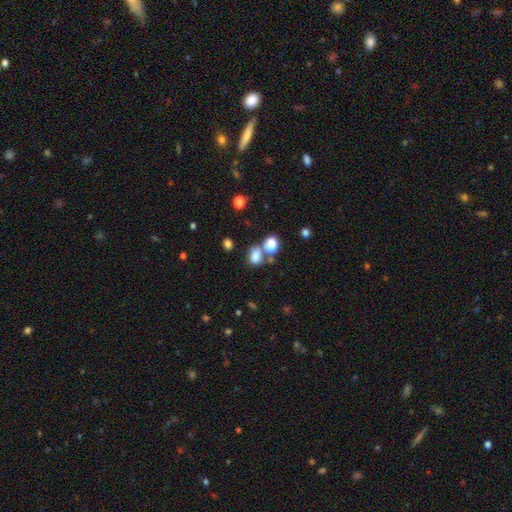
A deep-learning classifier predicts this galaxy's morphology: This appears to be a smooth galaxy with no disk features (77%) that is in between round and cigar-shaped (69%). Merging: merger (45%).